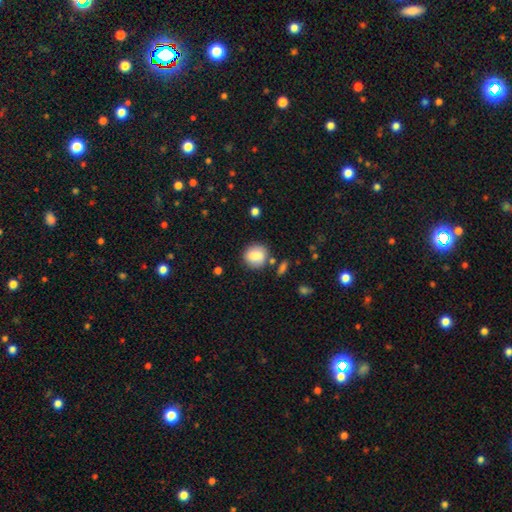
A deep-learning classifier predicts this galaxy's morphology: Q: Smooth or featured?
A: smooth (84%); runner-up: featured or disk (8%)
Q: How rounded?
A: round (80%); runner-up: in between (18%)
Q: Merging?
A: none (76%); runner-up: minor disturbance (14%)